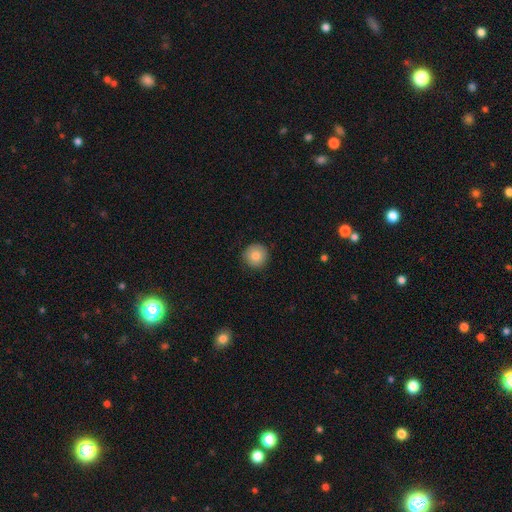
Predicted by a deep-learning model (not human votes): Smooth or featured: smooth — 84% (star or artifact — 9%)
How rounded: round — 95% (in between — 4%)
Merging: none — 90% (minor disturbance — 8%)